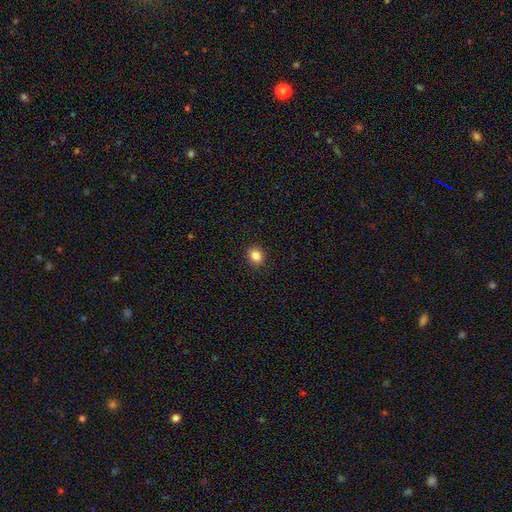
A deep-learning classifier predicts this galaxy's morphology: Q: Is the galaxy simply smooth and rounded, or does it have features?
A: smooth — 85%.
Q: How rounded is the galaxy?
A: round — 68%.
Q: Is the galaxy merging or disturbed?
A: none — 92%.